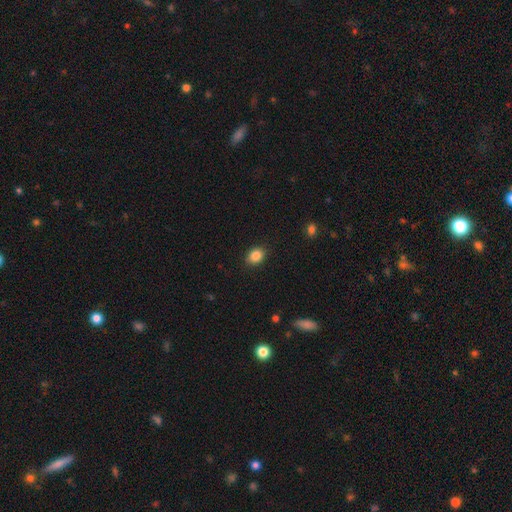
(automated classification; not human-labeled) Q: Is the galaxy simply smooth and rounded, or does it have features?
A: smooth — 86%.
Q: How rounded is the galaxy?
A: in between — 57%.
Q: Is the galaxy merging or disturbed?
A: none — 88%.